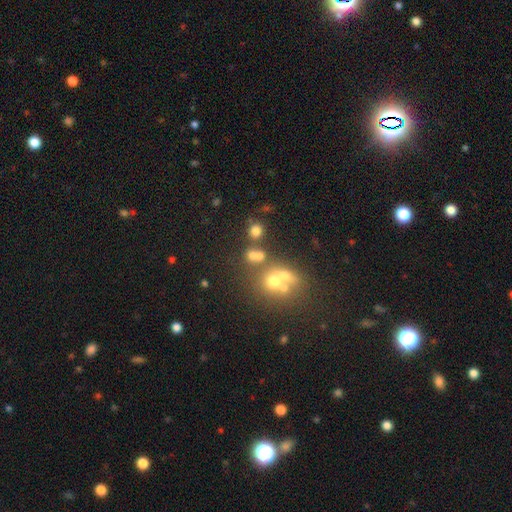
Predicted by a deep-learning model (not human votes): This appears to be a smooth galaxy with no disk features (61%) that is round (76%). Merging: none (50%).